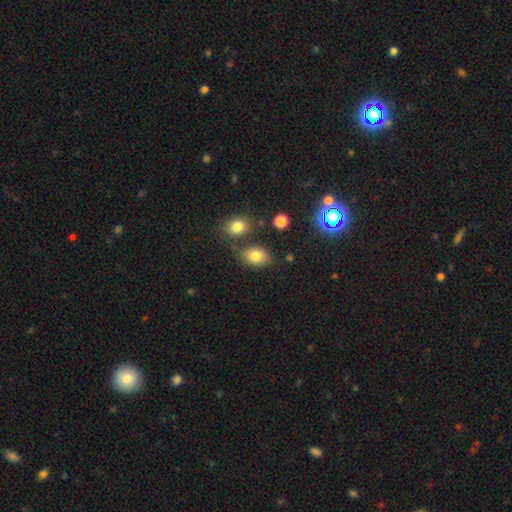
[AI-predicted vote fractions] Smooth or featured: smooth — 79% (star or artifact — 11%)
How rounded: in between — 76% (round — 23%)
Merging: none — 73% (minor disturbance — 13%)